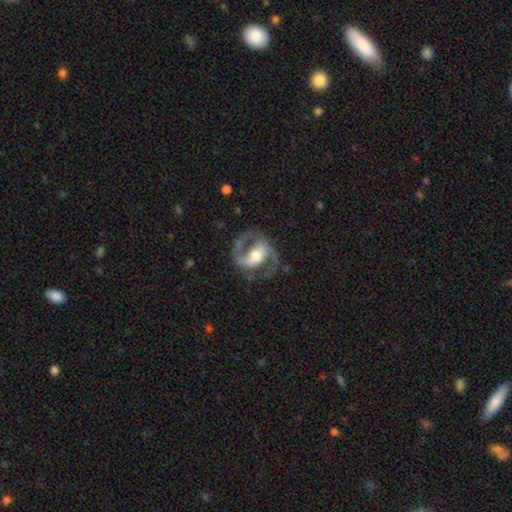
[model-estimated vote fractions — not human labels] The model was most divided on "bar": weak: 39%, no: 31%, strong: 30%. More confident: edge-on disk — no (97%); spiral arms — yes (95%); spiral arm count — 2 (90%); smooth or featured — featured or disk (88%); merging — none (71%); bulge size — moderate (67%); spiral winding — medium (58%).